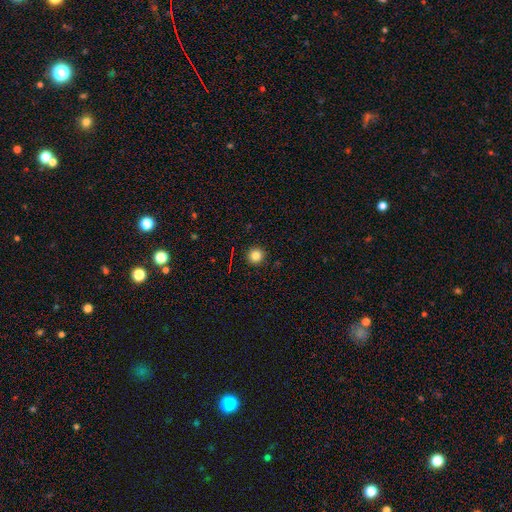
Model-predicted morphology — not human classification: Smooth or featured?
  - smooth: 83% *
  - star or artifact: 12%
  - featured or disk: 5%
How rounded?
  - round: 95% *
  - in between: 4%
  - cigar-shaped: 1%
Merging?
  - none: 93% *
  - minor disturbance: 5%
  - major disturbance: 2%
  - merger: 1%